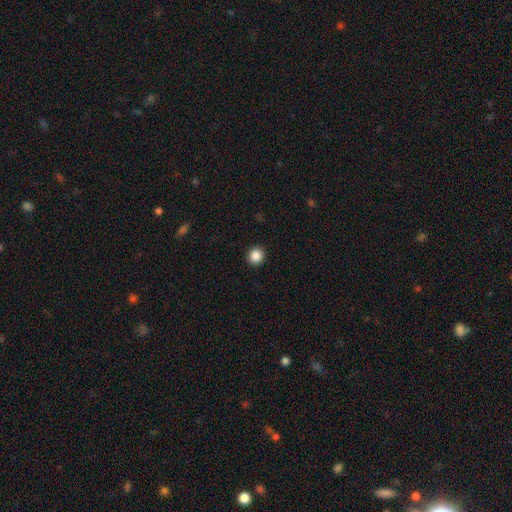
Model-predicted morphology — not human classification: Overall: smooth (86%). How rounded: round (93%). Merging: none (93%).